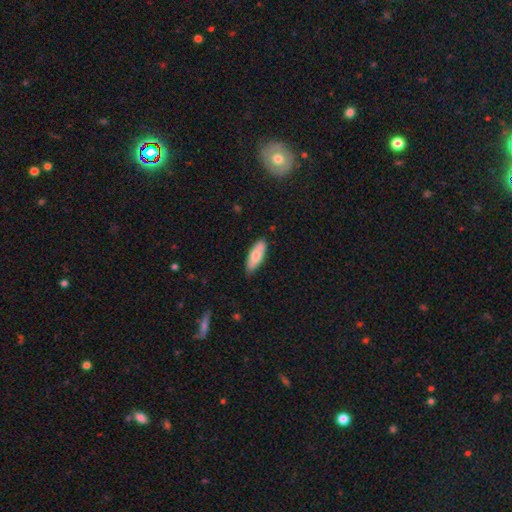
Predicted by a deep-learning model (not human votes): The model was most divided on "how rounded": in between: 67%, cigar-shaped: 31%, round: 2%. More confident: merging — none (81%); smooth or featured — smooth (73%).